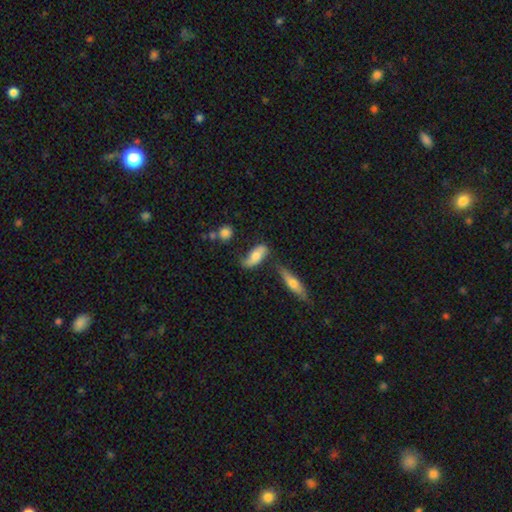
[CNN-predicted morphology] A smooth galaxy with no disk features (52%) that is in between round and cigar-shaped (74%).

Vote fractions:
- Smooth or featured? smooth: 52% / featured or disk: 41% / star or artifact: 7%
- How rounded? in between: 74% / cigar-shaped: 22% / round: 4%
- Merging? none: 51% / minor disturbance: 25% / merger: 13% / major disturbance: 11%